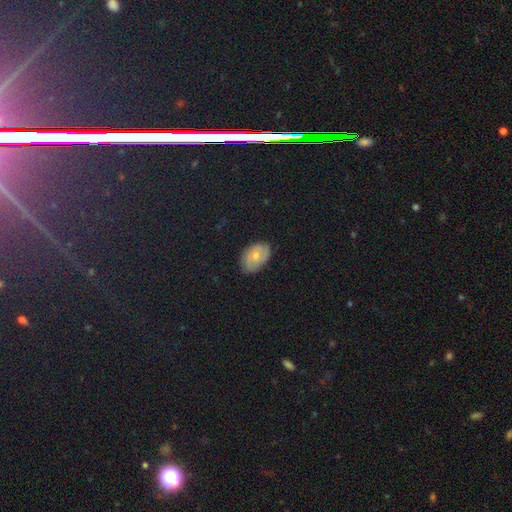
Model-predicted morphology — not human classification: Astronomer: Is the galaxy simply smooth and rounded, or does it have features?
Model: smooth — 51% (runner-up: featured or disk, 39%).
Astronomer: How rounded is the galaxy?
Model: in between — 87%.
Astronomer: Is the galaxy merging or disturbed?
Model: none — 78%.